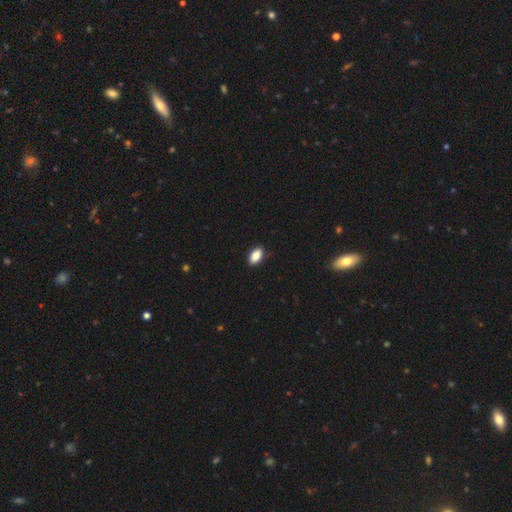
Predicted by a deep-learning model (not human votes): Smooth or featured: smooth — 87% (star or artifact — 8%)
How rounded: in between — 92% (round — 4%)
Merging: none — 88% (minor disturbance — 9%)